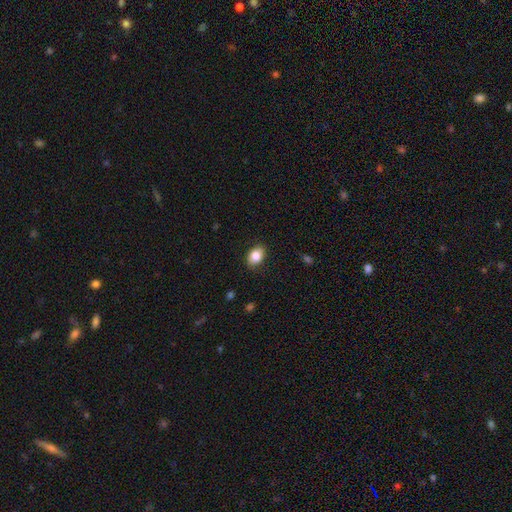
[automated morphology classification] Smooth or featured? Predicted: smooth (p=0.83). How rounded? Predicted: in between (p=0.73). Merging? Predicted: none (p=0.83).